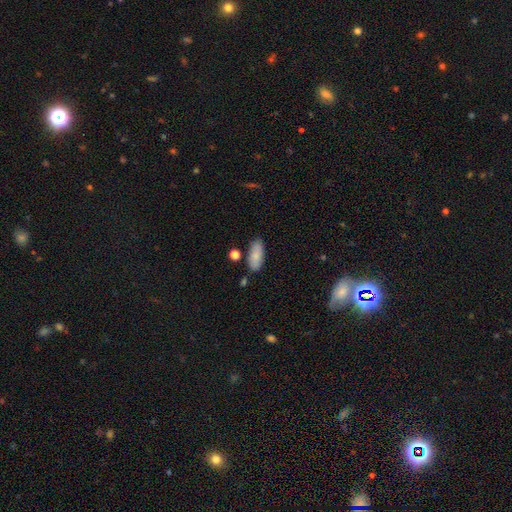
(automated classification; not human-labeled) Overall: smooth (83%). How rounded: in between (84%). Merging: none (80%).